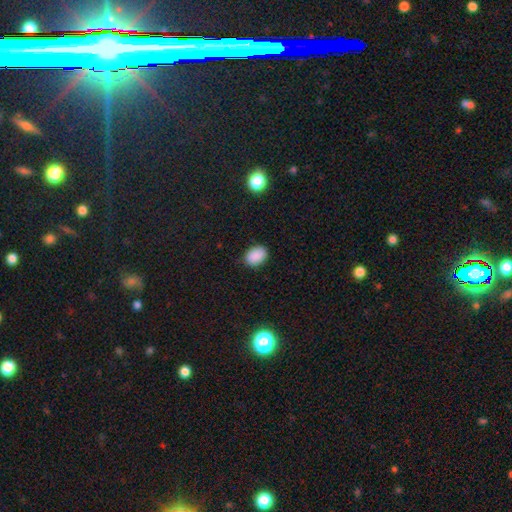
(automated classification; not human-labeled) A smooth galaxy with no disk features (88%) that is in between round and cigar-shaped (80%). Merging: none (86%).